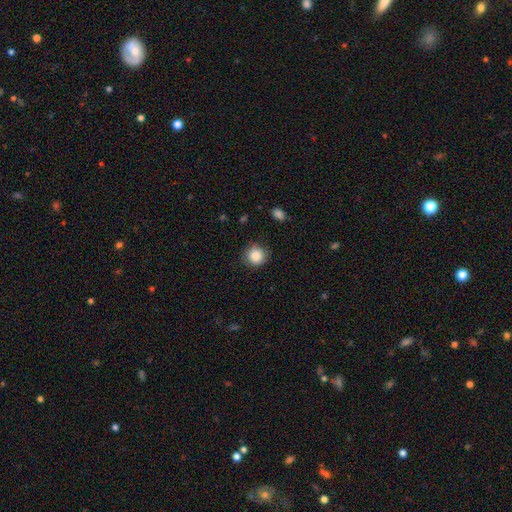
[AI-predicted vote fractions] Smooth or featured?
  - smooth: 86% *
  - star or artifact: 9%
  - featured or disk: 4%
How rounded?
  - round: 93% *
  - in between: 6%
  - cigar-shaped: 1%
Merging?
  - none: 86% *
  - minor disturbance: 10%
  - major disturbance: 3%
  - merger: 1%